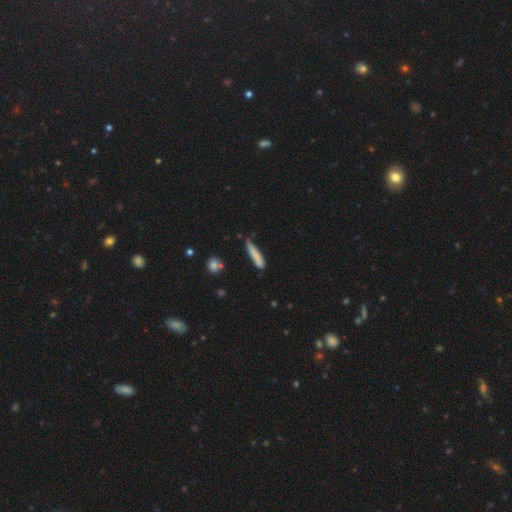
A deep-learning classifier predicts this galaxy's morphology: smooth_or_featured: smooth (p=0.77) [alt: featured or disk p=0.17]
how_rounded: cigar-shaped (p=0.89) [alt: in between p=0.10]
merging: none (p=0.65) [alt: minor disturbance p=0.26]